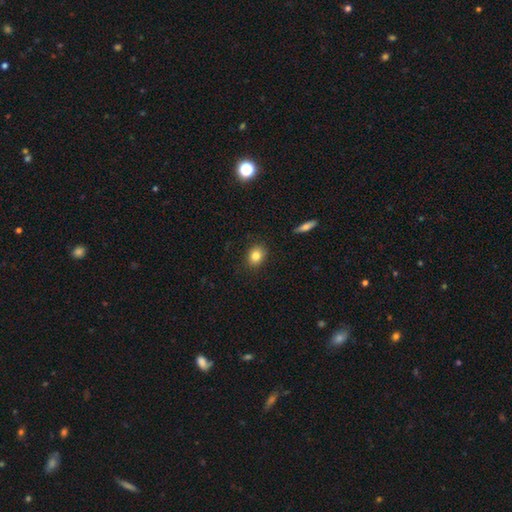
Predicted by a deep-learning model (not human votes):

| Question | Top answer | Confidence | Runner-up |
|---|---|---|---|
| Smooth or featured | smooth | 82% | star or artifact (10%) |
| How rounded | in between | 49% | tied: round (49%) |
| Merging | none | 88% | minor disturbance (9%) |